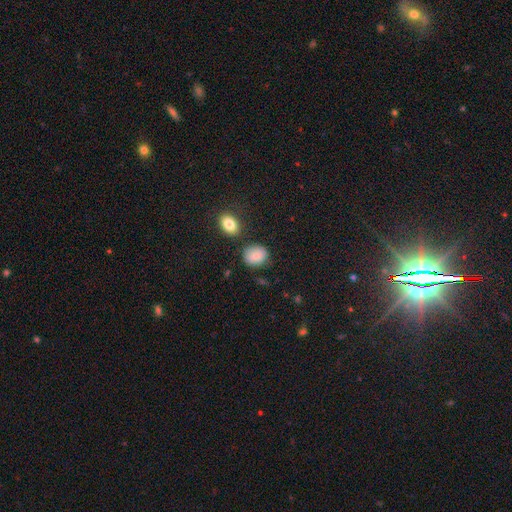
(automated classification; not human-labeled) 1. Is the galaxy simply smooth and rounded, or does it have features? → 86% smooth, 8% star or artifact, 6% featured or disk.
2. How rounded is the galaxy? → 57% round, 42% in between, 1% cigar-shaped.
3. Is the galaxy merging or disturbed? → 78% none, 14% minor disturbance, 5% merger, 4% major disturbance.